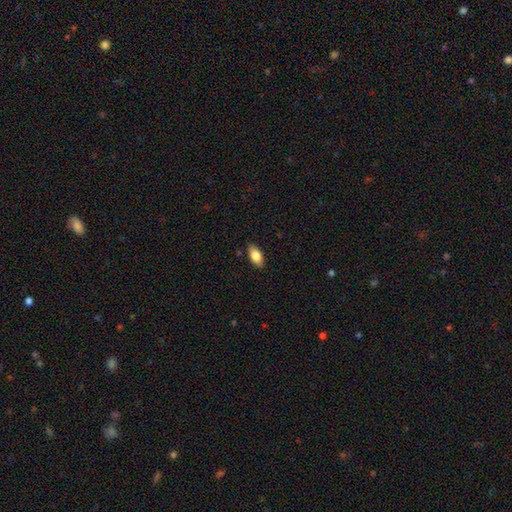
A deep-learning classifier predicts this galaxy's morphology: This is clearly a smooth galaxy (80%). How rounded: clearly in between (90%). Merging: clearly none (87%).